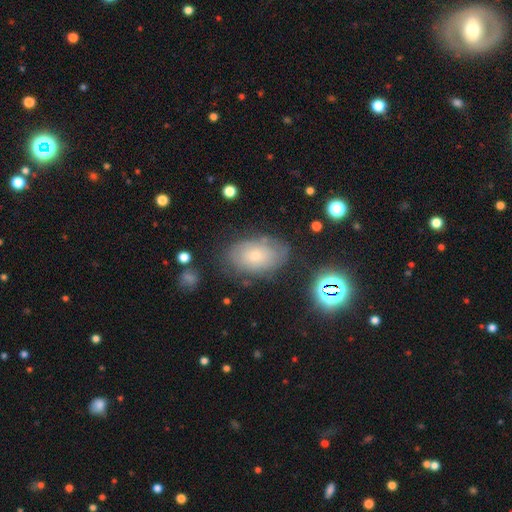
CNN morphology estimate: smooth_or_featured: smooth (p=0.52) [alt: featured or disk p=0.36]
how_rounded: in between (p=0.87) [alt: round p=0.11]
merging: none (p=0.71) [alt: minor disturbance p=0.20]